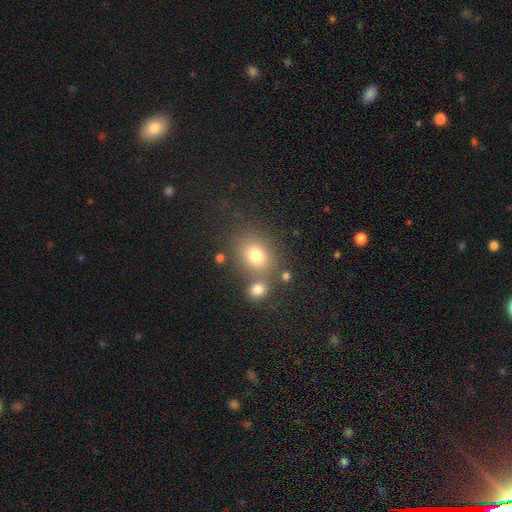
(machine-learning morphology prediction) smooth-or-featured: smooth: 76% | star or artifact: 13% | featured or disk: 10%
  how-rounded: round: 52% | in between: 47% | cigar-shaped: 1%
  merging: none: 64% | merger: 19% | minor disturbance: 12% | major disturbance: 5%